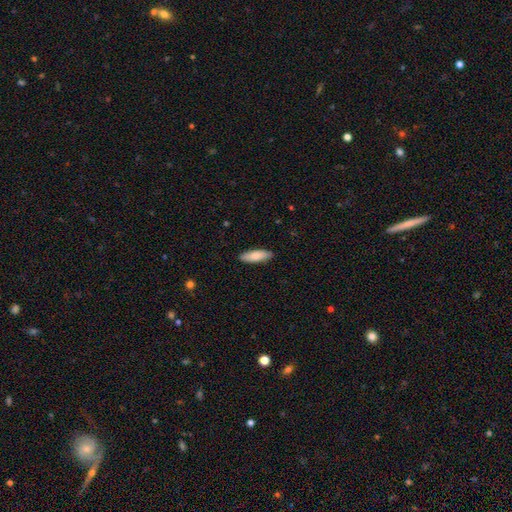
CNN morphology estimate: Smooth or featured? smooth (85%)
How rounded? in between (56%)
Merging? none (89%)